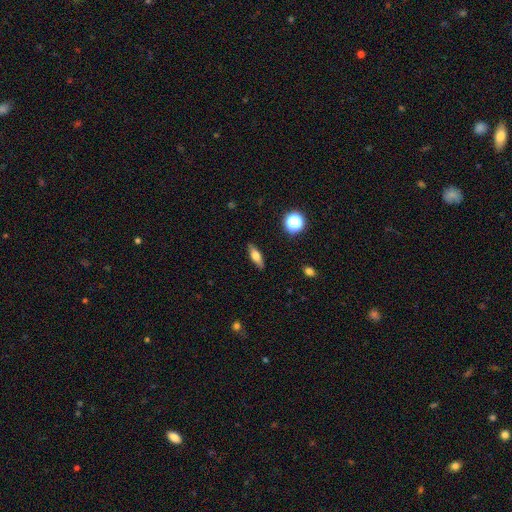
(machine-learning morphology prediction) smooth_or_featured: smooth (p=0.56) [alt: featured or disk p=0.35]
how_rounded: in between (p=0.52) [alt: cigar-shaped p=0.42]
merging: none (p=0.88) [alt: minor disturbance p=0.09]